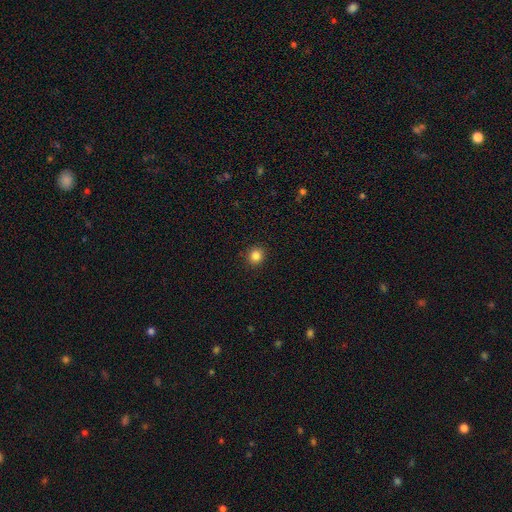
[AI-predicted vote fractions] Smooth or featured? smooth (84%)
How rounded? round (87%)
Merging? none (92%)